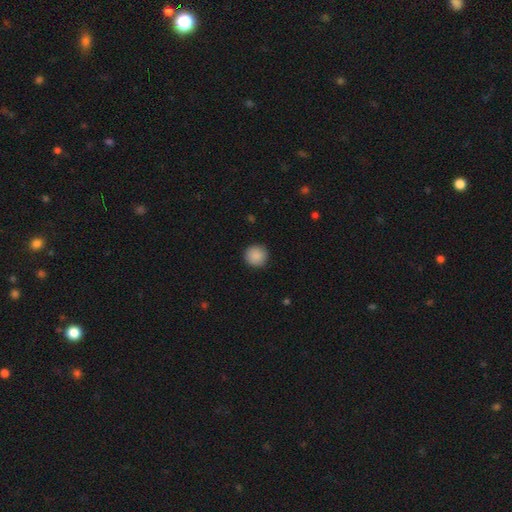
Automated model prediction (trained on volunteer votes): A smooth galaxy with no disk features (89%) that is round (95%).

Vote fractions:
- Smooth or featured? smooth: 89% / star or artifact: 7% / featured or disk: 3%
- How rounded? round: 95% / in between: 4% / cigar-shaped: 1%
- Merging? none: 92% / minor disturbance: 6% / major disturbance: 2% / merger: 1%